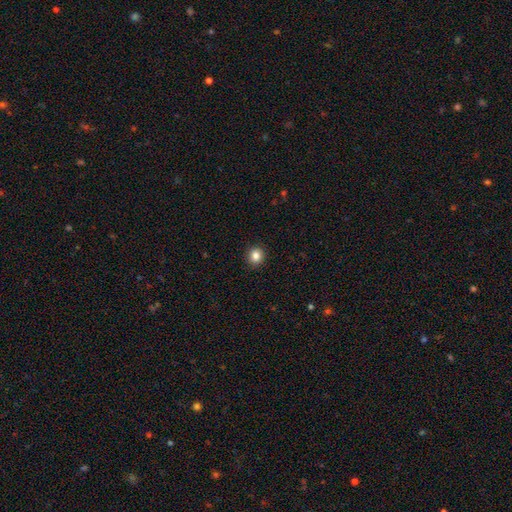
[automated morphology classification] Smooth or featured?
  - smooth: 85% *
  - star or artifact: 10%
  - featured or disk: 5%
How rounded?
  - round: 87% *
  - in between: 12%
  - cigar-shaped: 1%
Merging?
  - none: 92% *
  - minor disturbance: 6%
  - major disturbance: 2%
  - merger: 1%